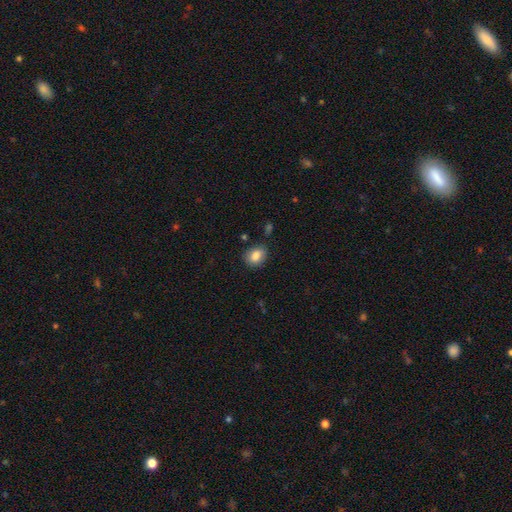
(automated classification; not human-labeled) smooth 85%, star or artifact 8%, featured or disk 7%. Down the decision tree: how rounded — in between (58%); merging — none (79%).